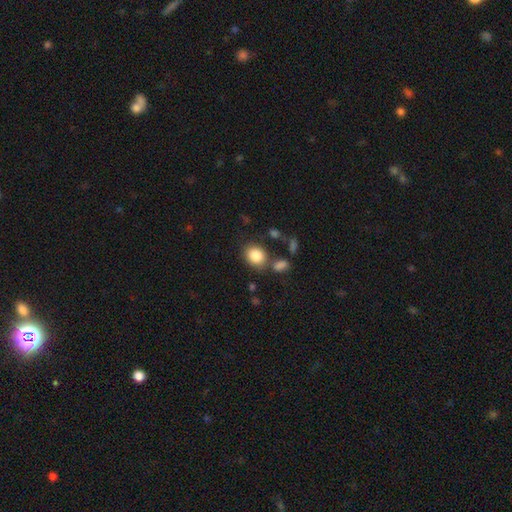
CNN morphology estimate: smooth_or_featured: smooth (p=0.85) [alt: star or artifact p=0.09]
how_rounded: round (p=0.54) [alt: in between p=0.45]
merging: none (p=0.70) [alt: minor disturbance p=0.13]